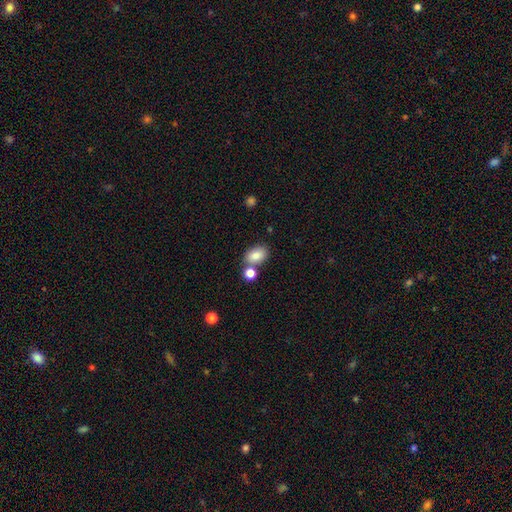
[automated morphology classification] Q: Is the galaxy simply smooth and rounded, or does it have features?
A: smooth — 83%.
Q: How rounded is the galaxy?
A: in between — 84%.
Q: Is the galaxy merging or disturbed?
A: none — 65%.